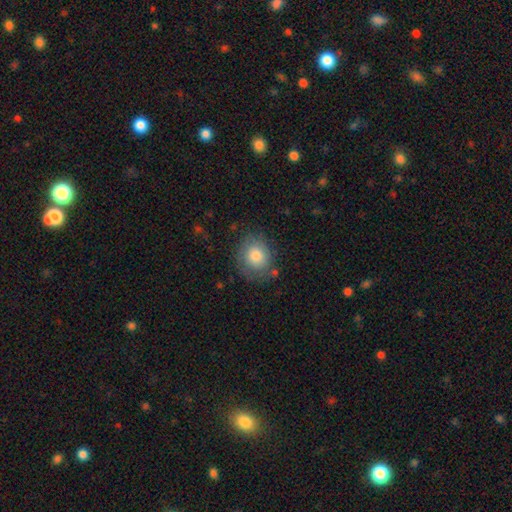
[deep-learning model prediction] Overall: smooth (76%). How rounded: round (76%). Merging: none (73%).